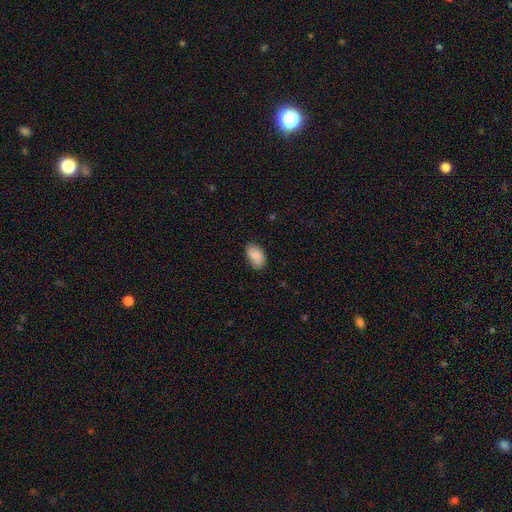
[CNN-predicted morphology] Smooth or featured?
  - smooth: 86% *
  - featured or disk: 7%
  - star or artifact: 7%
How rounded?
  - in between: 93% *
  - round: 6%
  - cigar-shaped: 1%
Merging?
  - none: 77% *
  - minor disturbance: 18%
  - major disturbance: 3%
  - merger: 1%